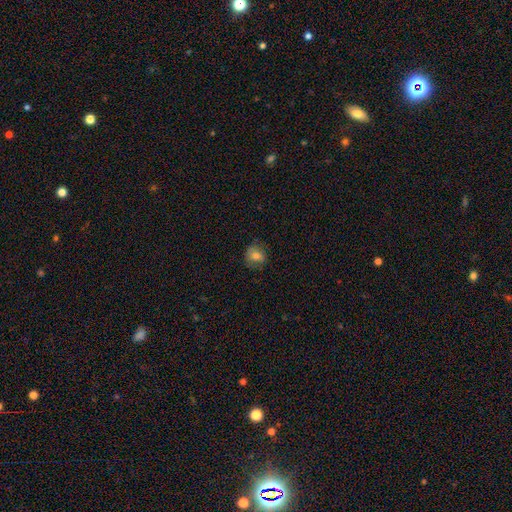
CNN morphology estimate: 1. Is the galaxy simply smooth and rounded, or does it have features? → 73% smooth, 16% featured or disk, 11% star or artifact.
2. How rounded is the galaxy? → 67% round, 32% in between, 1% cigar-shaped.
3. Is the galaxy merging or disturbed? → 70% none, 21% minor disturbance, 7% major disturbance, 1% merger.